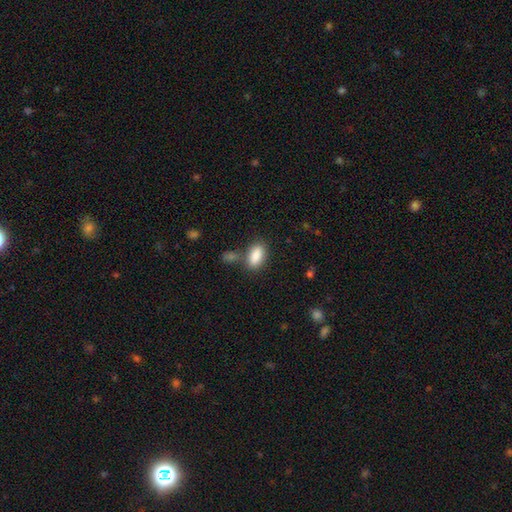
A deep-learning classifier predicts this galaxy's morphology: This appears to be a smooth galaxy with no disk features (88%) that is in between round and cigar-shaped (91%). Merging: none (67%).